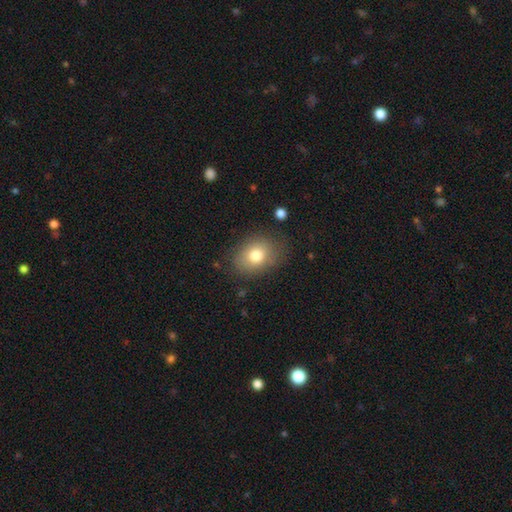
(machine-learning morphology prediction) Overall: smooth (78%). How rounded: in between (67%; round 32%). Merging: none (77%).